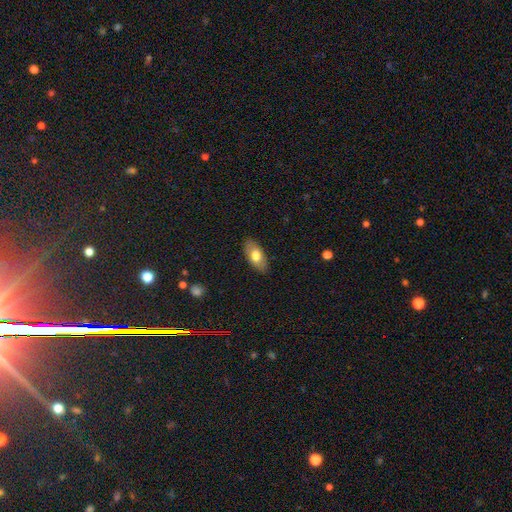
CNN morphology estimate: Q: Smooth or featured?
A: smooth (72%); runner-up: featured or disk (21%)
Q: How rounded?
A: in between (90%); runner-up: cigar-shaped (7%)
Q: Merging?
A: none (86%); runner-up: minor disturbance (10%)